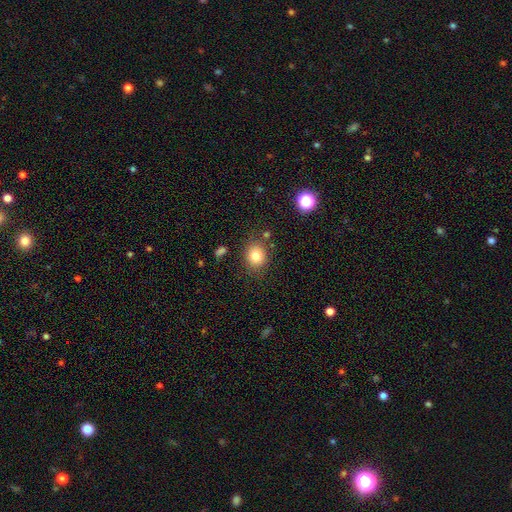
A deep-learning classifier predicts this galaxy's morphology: Q: Smooth or featured?
A: smooth (80%); runner-up: star or artifact (11%)
Q: How rounded?
A: round (70%); runner-up: in between (29%)
Q: Merging?
A: none (81%); runner-up: minor disturbance (12%)